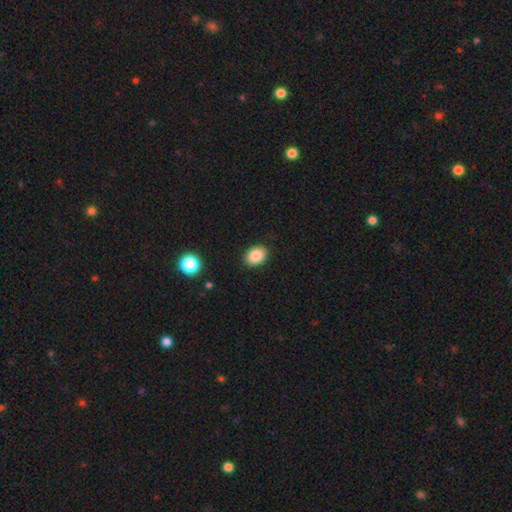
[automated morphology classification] Overall: smooth (86%). How rounded: in between (72%). Merging: none (89%).